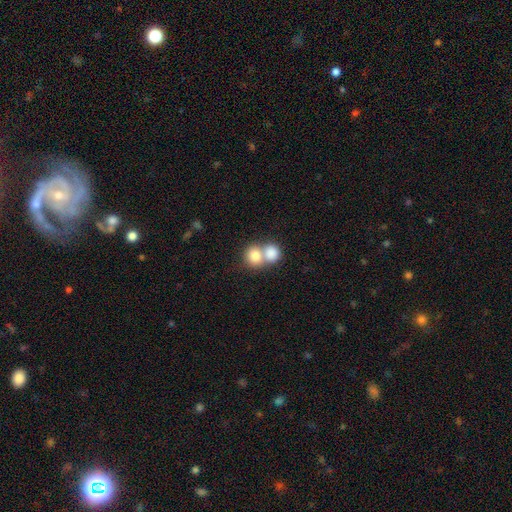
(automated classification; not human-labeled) Smooth or featured? smooth (80%)
How rounded? round (76%)
Merging? merger (63%)